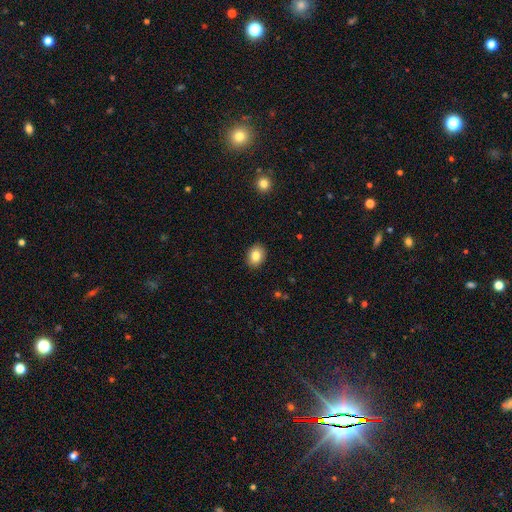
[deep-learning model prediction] The model was most divided on "how rounded": in between: 62%, round: 37%, cigar-shaped: 1%. More confident: merging — none (90%); smooth or featured — smooth (84%).